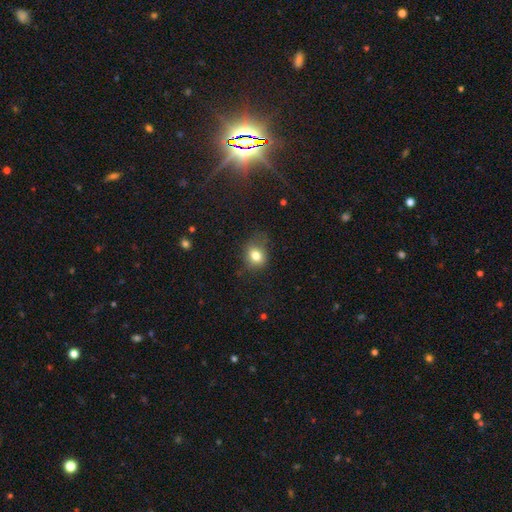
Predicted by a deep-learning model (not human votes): smooth_or_featured: smooth (p=0.78) [alt: star or artifact p=0.12]
how_rounded: round (p=0.57) [alt: in between p=0.42]
merging: none (p=0.63) [alt: minor disturbance p=0.25]